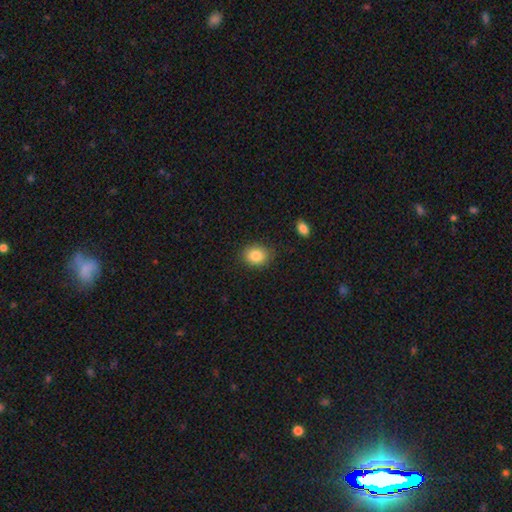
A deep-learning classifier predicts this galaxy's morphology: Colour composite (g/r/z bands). It shows a smooth galaxy with no disk features (85%) that is round (59%). Merging: none (85%).